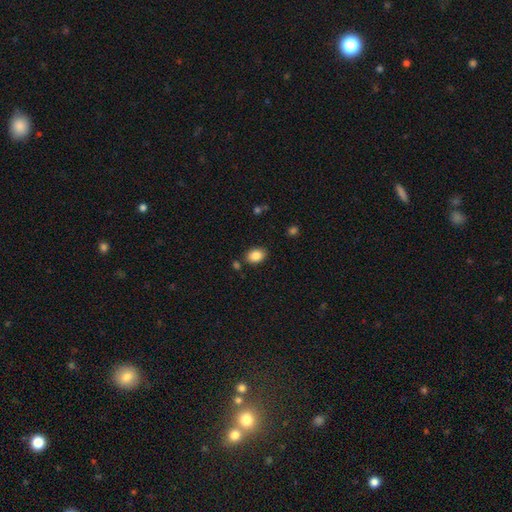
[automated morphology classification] Q: Smooth or featured?
A: smooth (87%); runner-up: star or artifact (8%)
Q: How rounded?
A: in between (75%); runner-up: round (24%)
Q: Merging?
A: none (82%); runner-up: minor disturbance (11%)